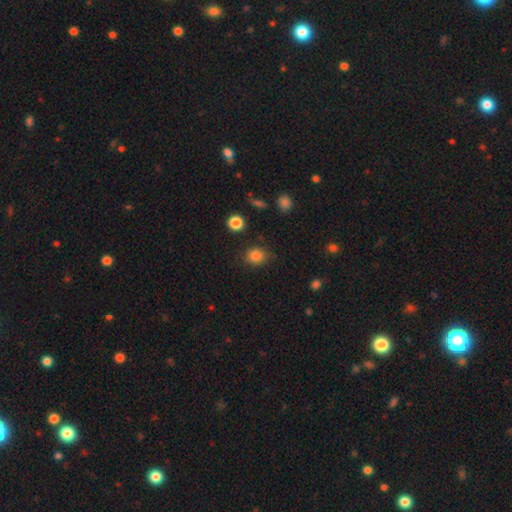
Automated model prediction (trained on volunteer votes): Morphology: type=smooth (84%); roundness=round (71%); merging=none (81%).